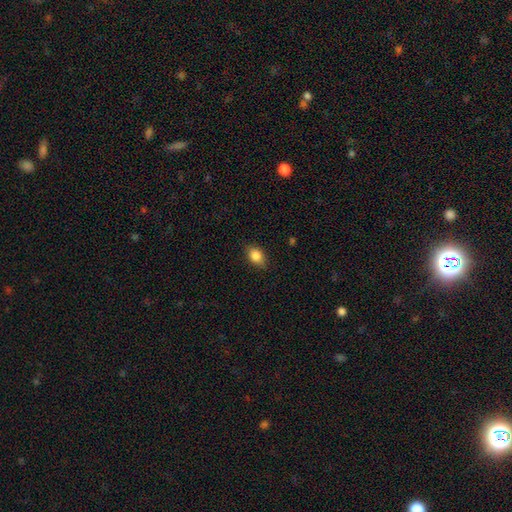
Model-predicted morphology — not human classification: type=smooth (85%); roundness=in between (77%); merging=none (84%).